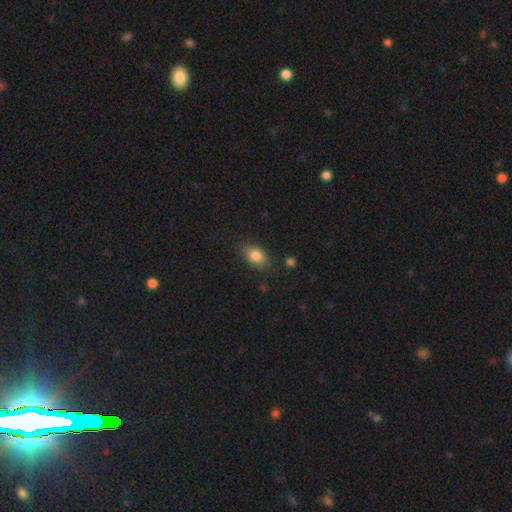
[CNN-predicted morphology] Overall: smooth (84%). How rounded: in between (77%). Merging: none (78%).